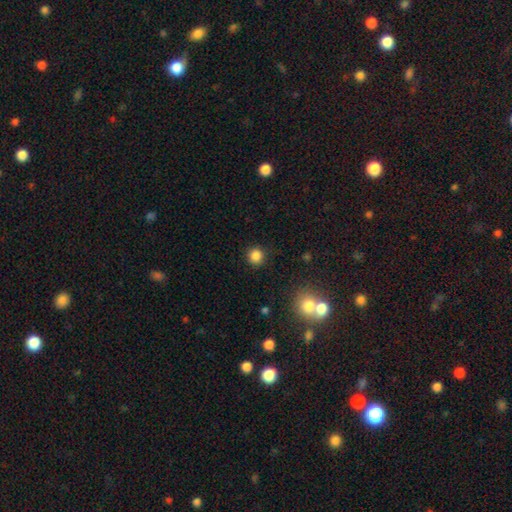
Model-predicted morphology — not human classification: A smooth galaxy with no disk features (84%) that is round (92%). Merging: none (89%).